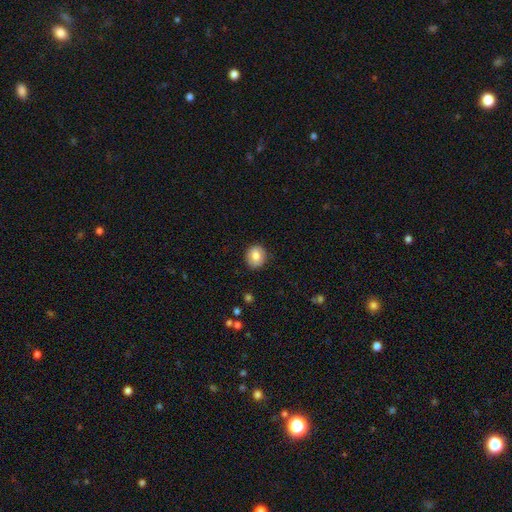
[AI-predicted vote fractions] A smooth galaxy with no disk features (81%) that is round (81%).

Vote fractions:
- Smooth or featured? smooth: 81% / featured or disk: 11% / star or artifact: 8%
- How rounded? round: 81% / in between: 18% / cigar-shaped: 1%
- Merging? none: 87% / minor disturbance: 10% / major disturbance: 2% / merger: 1%